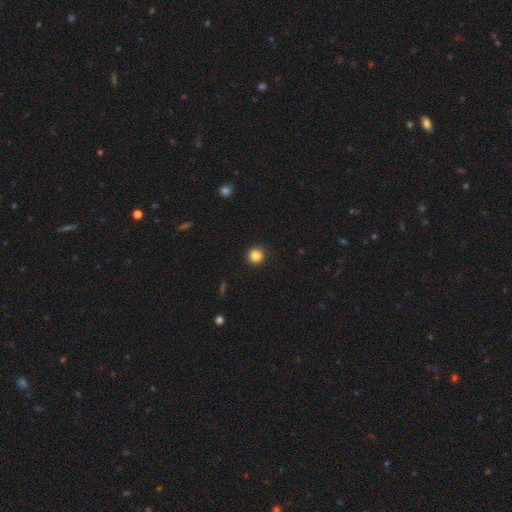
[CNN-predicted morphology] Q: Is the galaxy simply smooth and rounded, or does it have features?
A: smooth — 85%.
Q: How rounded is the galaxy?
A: round — 93%.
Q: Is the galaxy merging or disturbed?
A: none — 92%.